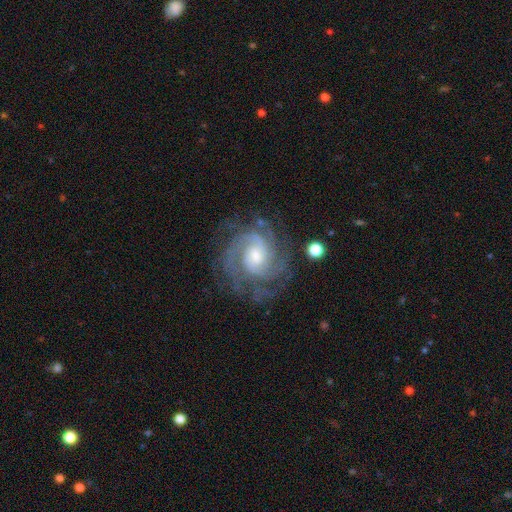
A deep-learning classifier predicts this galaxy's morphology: This is clearly a featured or disk galaxy (90%). It is clearly not viewed edge-on (98%). Bar: possibly no (57%). Spiral arm pattern: clearly yes (98%). Spiral arm count: marginally 3 (29%). Spiral winding: likely tight (61%). Central bulge: possibly moderate (47%). Merging: likely none (74%).